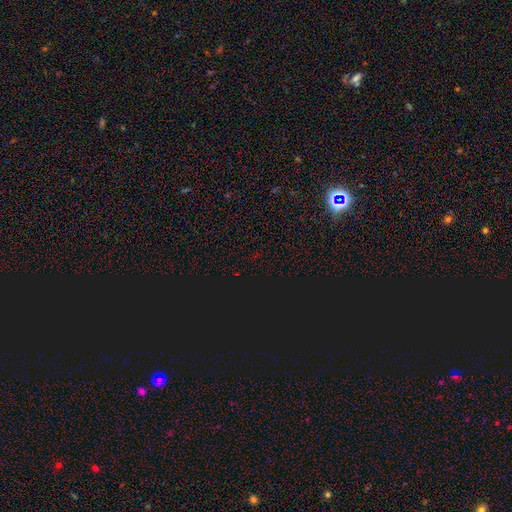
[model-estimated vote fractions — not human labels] smooth_or_featured: star or artifact (p=0.78) [alt: smooth p=0.15]